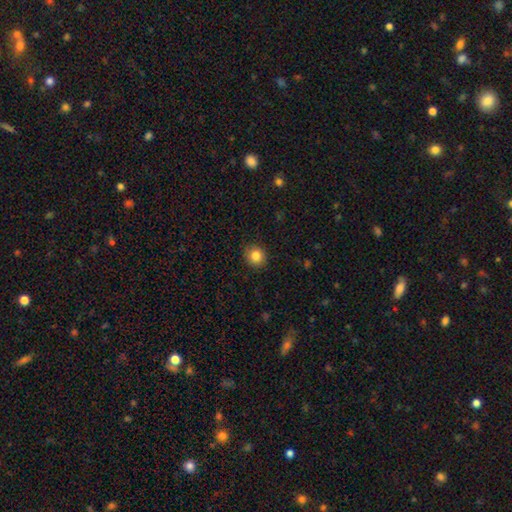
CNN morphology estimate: Smooth or featured? Predicted: smooth (p=0.84). How rounded? Predicted: round (p=0.87). Merging? Predicted: none (p=0.90).